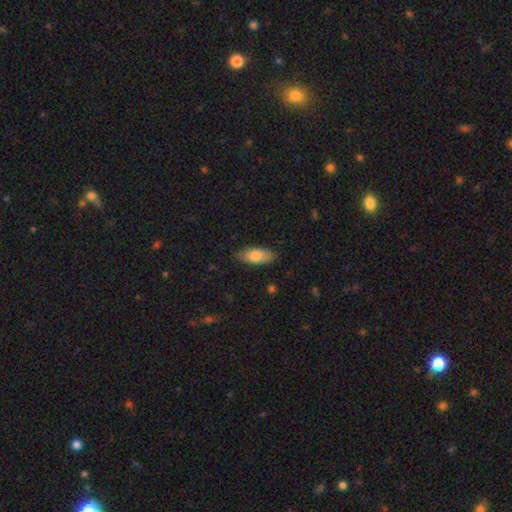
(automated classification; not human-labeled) Smooth or featured?
  - smooth: 76% *
  - featured or disk: 18%
  - star or artifact: 6%
How rounded?
  - in between: 83% *
  - cigar-shaped: 14%
  - round: 2%
Merging?
  - none: 83% *
  - minor disturbance: 13%
  - major disturbance: 2%
  - merger: 1%